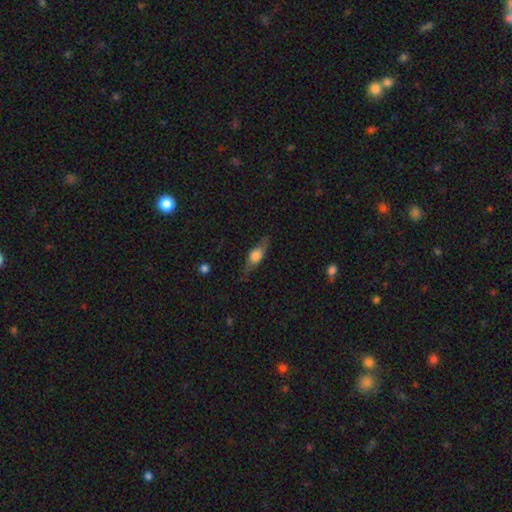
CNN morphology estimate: smooth 52%, featured or disk 41%, star or artifact 7%. Down the decision tree: how rounded — in between (52%); merging — none (76%).